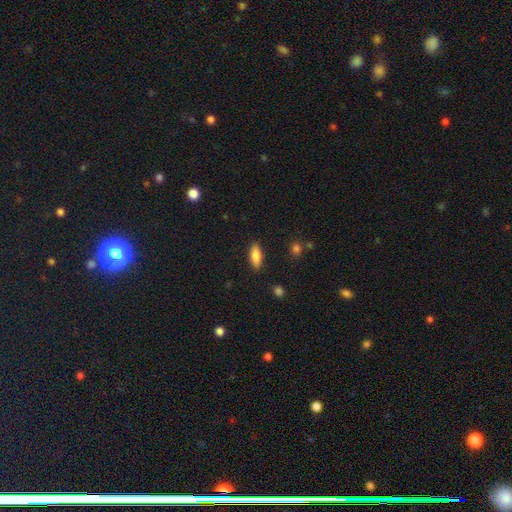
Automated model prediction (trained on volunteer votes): Smooth or featured? Predicted: smooth (p=0.83). How rounded? Predicted: in between (p=0.73). Merging? Predicted: none (p=0.87).